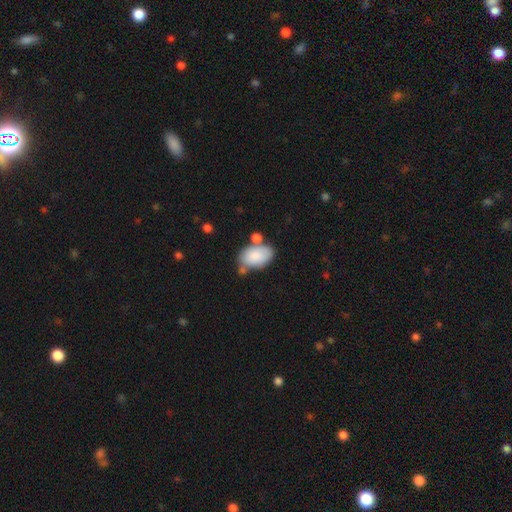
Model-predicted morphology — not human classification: Smooth or featured: smooth — 84% (featured or disk — 9%)
How rounded: in between — 93% (round — 6%)
Merging: none — 53% (merger — 22%)